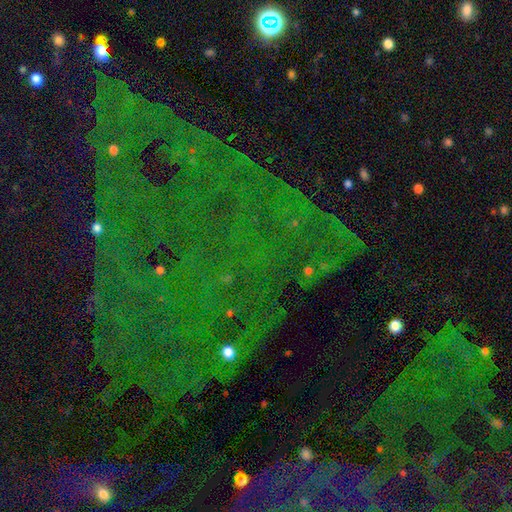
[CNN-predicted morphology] Smooth or featured?
  - star or artifact: 80% *
  - featured or disk: 11%
  - smooth: 10%